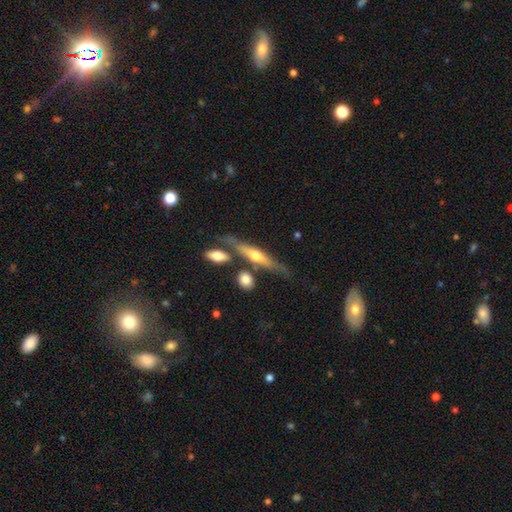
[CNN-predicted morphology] A featured or disk galaxy (62%) viewed edge-on (88%) with a rounded central bulge (88%).

Vote fractions:
- Smooth or featured? featured or disk: 62% / smooth: 32% / star or artifact: 6%
- Edge-on disk? yes: 88% / no: 12%
- Edge-on bulge? rounded: 88% / boxy: 6% / none: 6%
- Merging? none: 66% / minor disturbance: 16% / merger: 13% / major disturbance: 5%